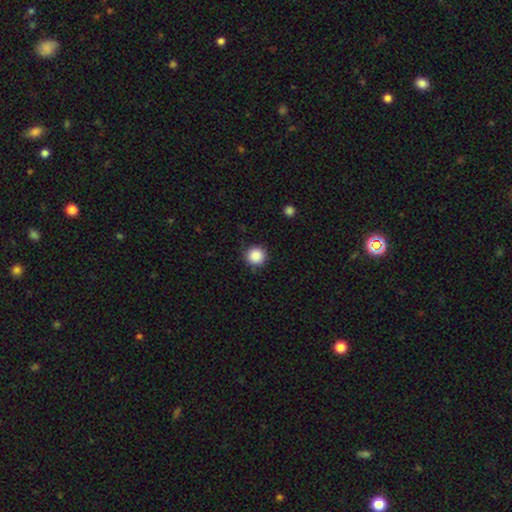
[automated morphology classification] Q: Smooth or featured?
A: smooth (87%); runner-up: star or artifact (10%)
Q: How rounded?
A: round (95%); runner-up: in between (4%)
Q: Merging?
A: none (89%); runner-up: minor disturbance (7%)